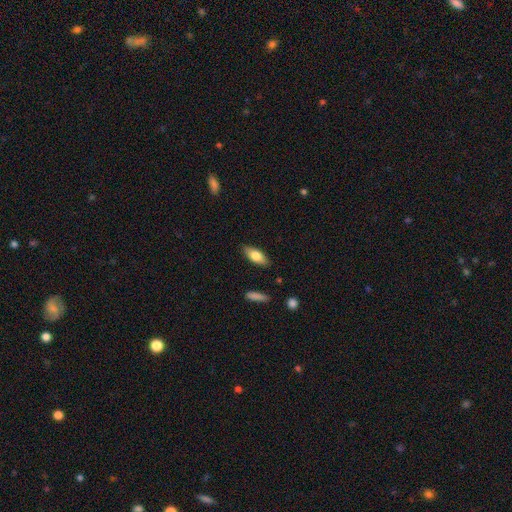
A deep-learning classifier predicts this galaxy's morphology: Q: Smooth or featured?
A: smooth (73%); runner-up: featured or disk (21%)
Q: How rounded?
A: in between (76%); runner-up: cigar-shaped (21%)
Q: Merging?
A: none (87%); runner-up: minor disturbance (10%)